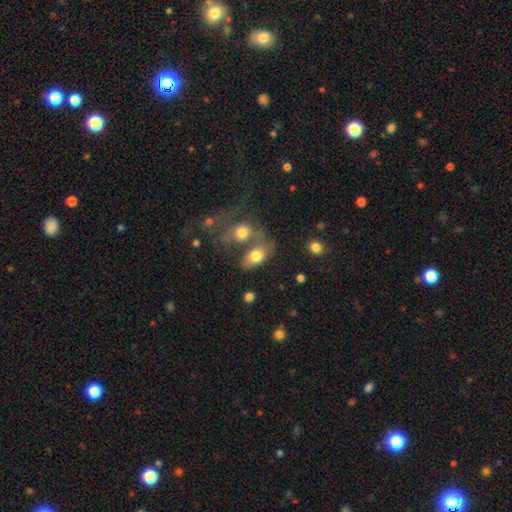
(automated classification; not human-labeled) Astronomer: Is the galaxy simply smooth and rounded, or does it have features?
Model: smooth — 75%.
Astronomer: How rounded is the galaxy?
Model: in between — 82%.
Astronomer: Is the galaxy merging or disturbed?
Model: merger — 45% (runner-up: none, 33%).